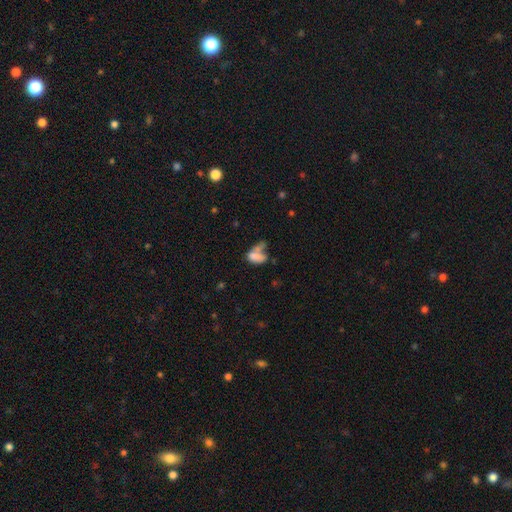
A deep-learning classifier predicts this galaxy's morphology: smooth_or_featured: smooth (p=0.70) [alt: featured or disk p=0.18]
how_rounded: in between (p=0.86) [alt: round p=0.10]
merging: merger (p=0.43) [alt: none p=0.21]